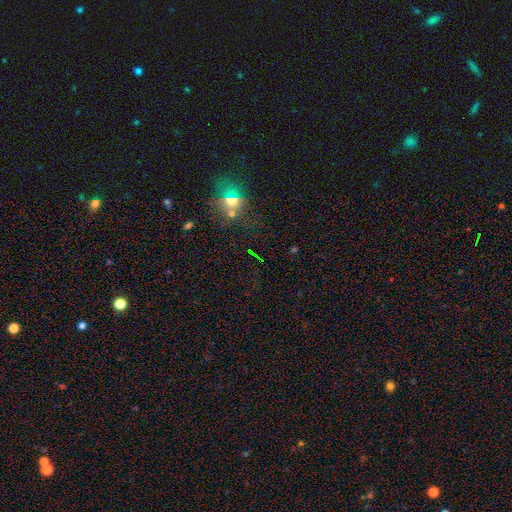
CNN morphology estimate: Q: Smooth or featured?
A: star or artifact (61%); runner-up: smooth (25%)